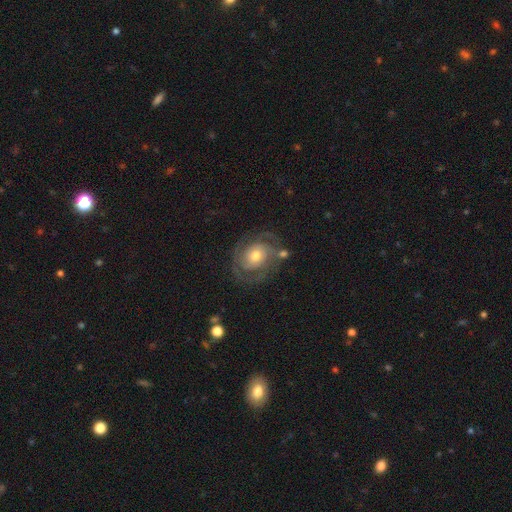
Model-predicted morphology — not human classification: The model was most divided on "spiral winding": tight: 57%, medium: 35%, loose: 9%. Remaining: edge-on disk — no (98%); spiral arms — yes (94%); smooth or featured — featured or disk (84%); bar — no (73%); merging — none (69%); bulge size — moderate (67%); spiral arm count — 2 (47%).